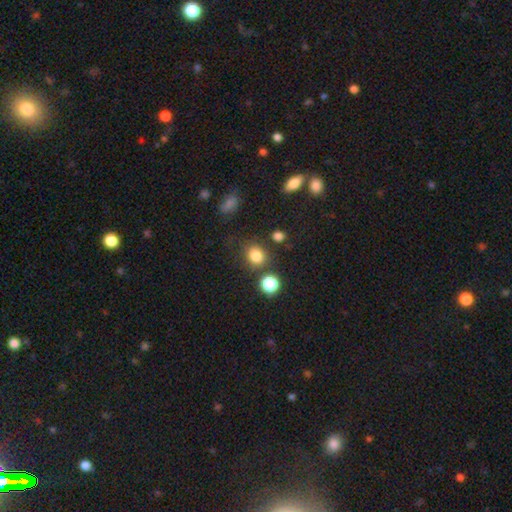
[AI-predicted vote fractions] smooth 81%, star or artifact 13%, featured or disk 5%. Down the decision tree: how rounded — round (69%); merging — none (74%).